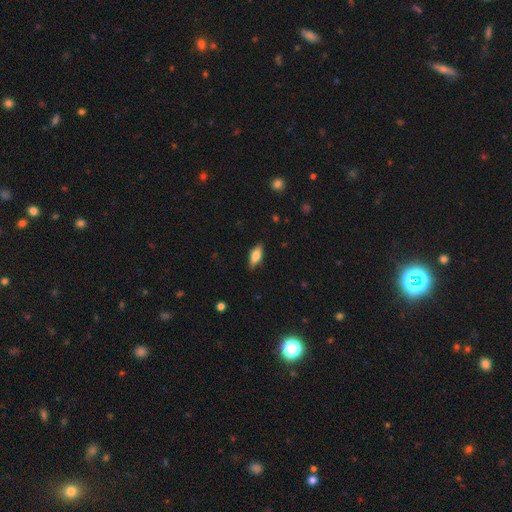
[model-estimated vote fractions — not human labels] Smooth or featured? smooth (71%)
How rounded? in between (77%)
Merging? none (85%)